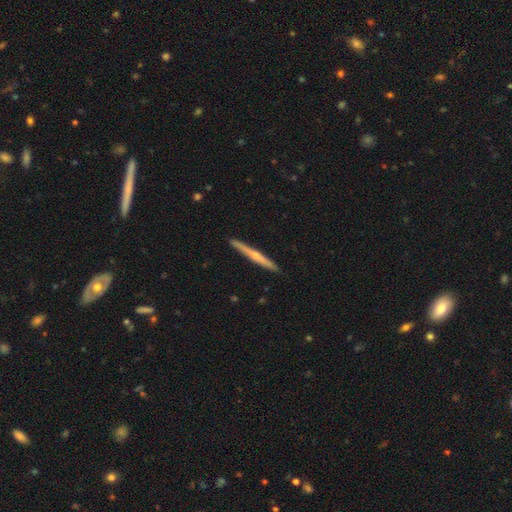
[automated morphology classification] A featured or disk galaxy (58%) viewed edge-on (98%) with a rounded central bulge (58%). Merging: none (92%).